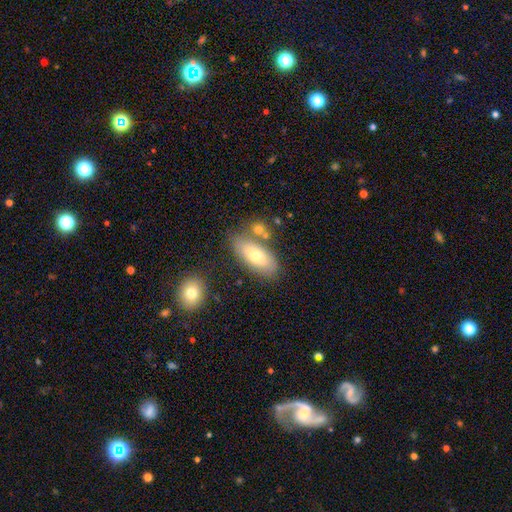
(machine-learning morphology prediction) smooth-or-featured: smooth: 68% | featured or disk: 25% | star or artifact: 7%
  how-rounded: in between: 86% | cigar-shaped: 10% | round: 4%
  merging: none: 67% | minor disturbance: 15% | merger: 13% | major disturbance: 4%